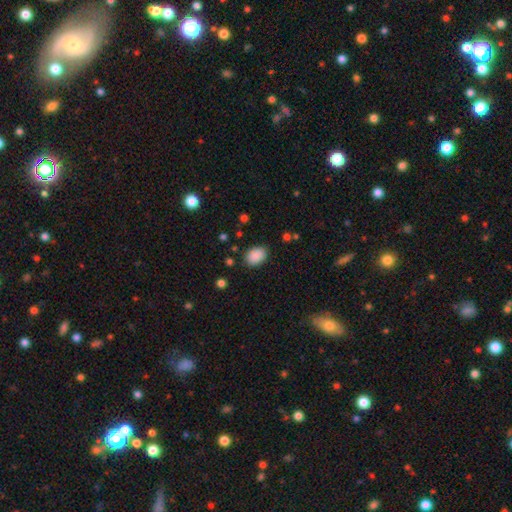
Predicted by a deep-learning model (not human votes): A smooth galaxy with no disk features (89%) that is in between round and cigar-shaped (78%).

Vote fractions:
- Smooth or featured? smooth: 89% / star or artifact: 8% / featured or disk: 3%
- How rounded? in between: 78% / round: 21% / cigar-shaped: 1%
- Merging? none: 85% / minor disturbance: 11% / major disturbance: 3% / merger: 1%